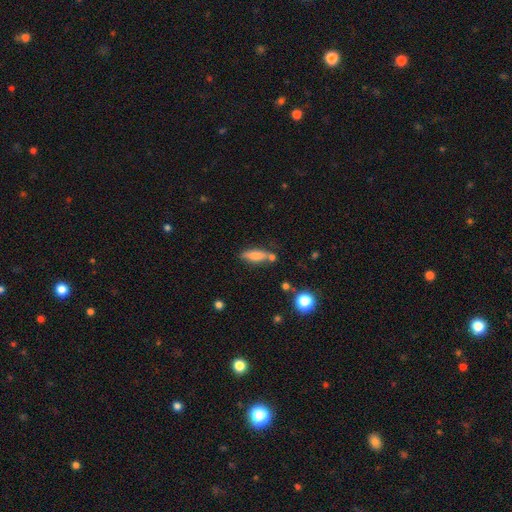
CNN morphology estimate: This appears to be a smooth galaxy with no disk features (71%) that is in between round and cigar-shaped (49%). Merging: none (66%).